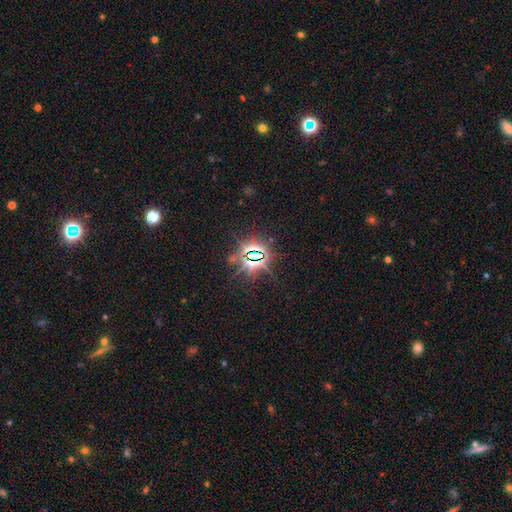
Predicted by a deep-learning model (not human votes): The model was most divided on "smooth or featured": star or artifact: 82%, smooth: 9%, featured or disk: 8%.